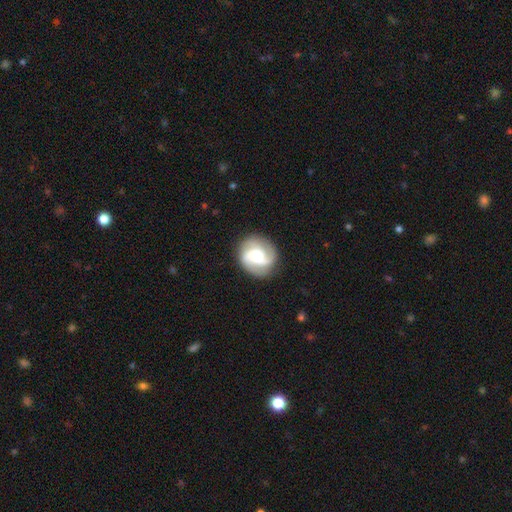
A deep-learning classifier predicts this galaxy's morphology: Smooth or featured? featured or disk (76%)
Edge-on disk? no (98%)
Bar? no (55%)
Spiral arms? yes (96%)
Spiral winding? medium (47%)
Spiral arm count? 3 (46%)
Bulge size? moderate (59%)
Merging? none (81%)